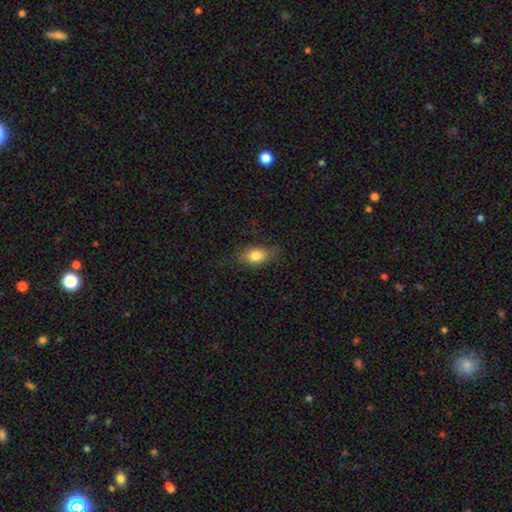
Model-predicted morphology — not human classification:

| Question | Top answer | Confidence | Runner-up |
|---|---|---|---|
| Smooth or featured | smooth | 81% | featured or disk (10%) |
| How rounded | in between | 83% | round (14%) |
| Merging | none | 76% | minor disturbance (18%) |